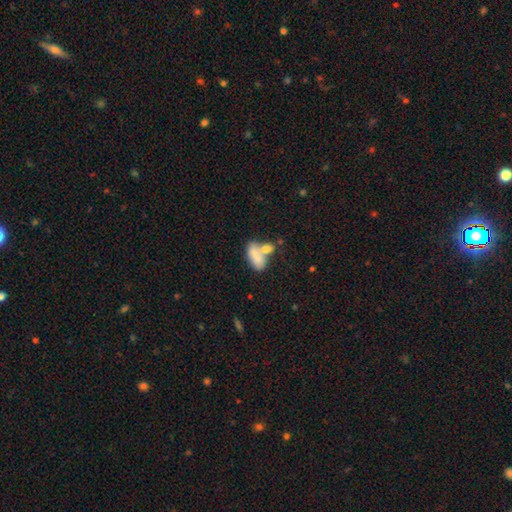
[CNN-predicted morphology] A smooth galaxy with no disk features (77%) that is in between round and cigar-shaped (87%).

Vote fractions:
- Smooth or featured? smooth: 77% / featured or disk: 16% / star or artifact: 8%
- How rounded? in between: 87% / cigar-shaped: 8% / round: 5%
- Merging? merger: 51% / none: 29% / minor disturbance: 12% / major disturbance: 7%